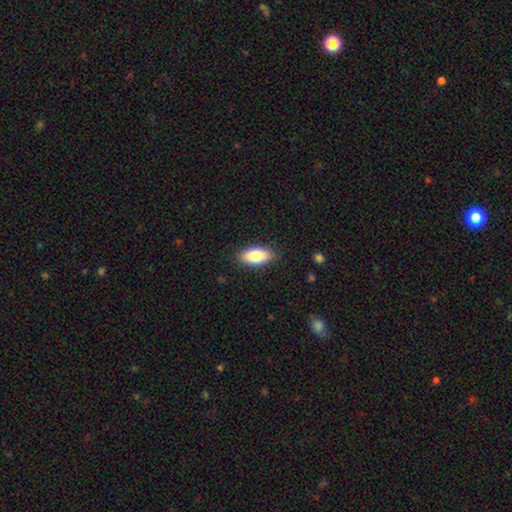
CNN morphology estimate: Q: Smooth or featured?
A: smooth (80%); runner-up: featured or disk (14%)
Q: How rounded?
A: in between (86%); runner-up: cigar-shaped (11%)
Q: Merging?
A: none (87%); runner-up: minor disturbance (10%)